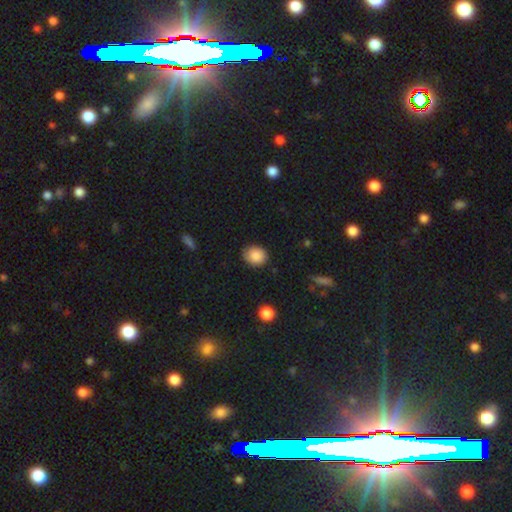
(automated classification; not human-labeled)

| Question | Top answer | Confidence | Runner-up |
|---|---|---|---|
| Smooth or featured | smooth | 87% | star or artifact (8%) |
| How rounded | round | 66% | in between (33%) |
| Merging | none | 78% | minor disturbance (18%) |